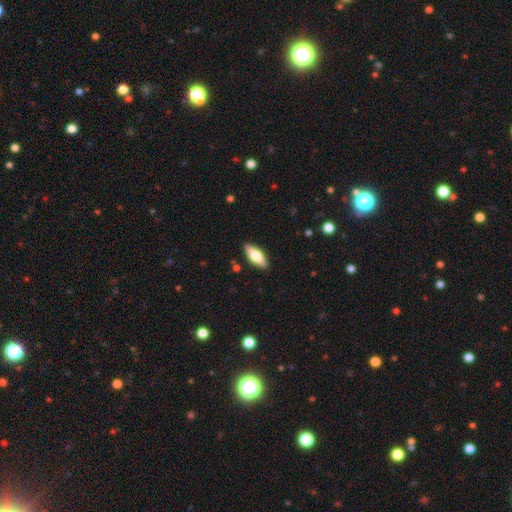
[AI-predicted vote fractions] Q: Smooth or featured?
A: smooth (65%); runner-up: featured or disk (29%)
Q: How rounded?
A: in between (74%); runner-up: cigar-shaped (24%)
Q: Merging?
A: none (88%); runner-up: minor disturbance (9%)